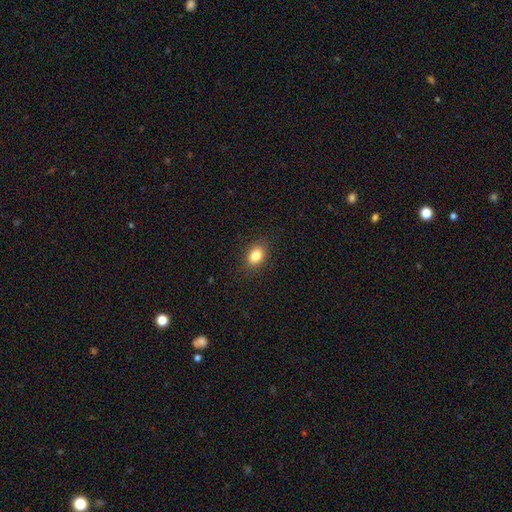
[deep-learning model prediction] This appears to be a smooth galaxy with no disk features (84%) that is in between round and cigar-shaped (76%). Merging: none (86%).